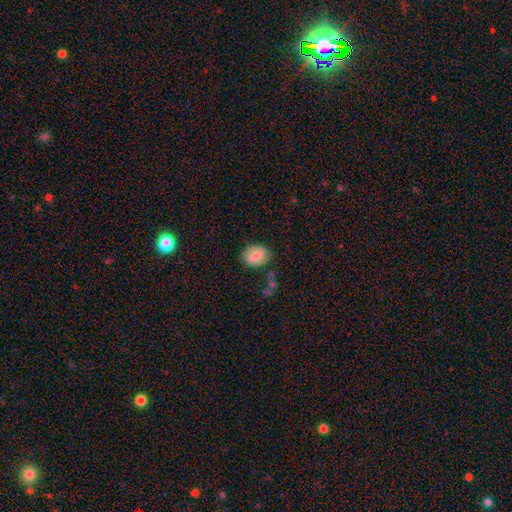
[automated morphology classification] Overall: smooth (70%). How rounded: in between (65%; round 34%). Merging: none (75%).